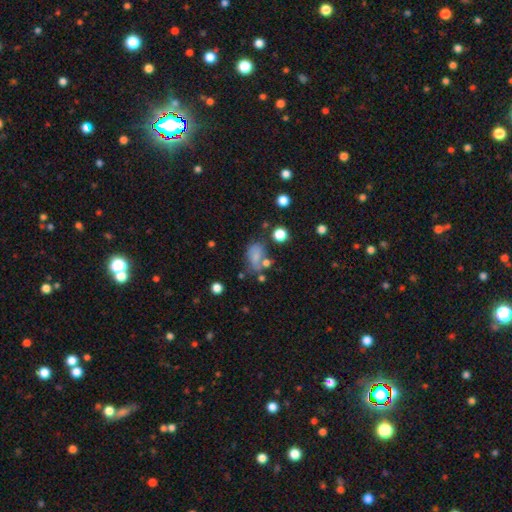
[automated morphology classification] This appears to be a smooth galaxy with no disk features (66%) that is in between round and cigar-shaped (81%). Merging: none (39%).